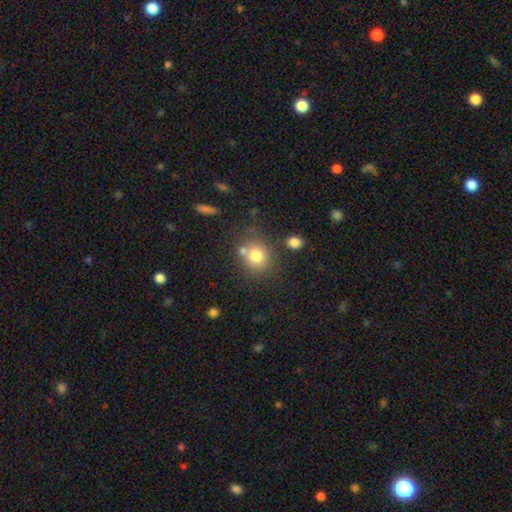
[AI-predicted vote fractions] smooth 76%, star or artifact 12%, featured or disk 12%. Down the decision tree: how rounded — round (78%); merging — none (62%).